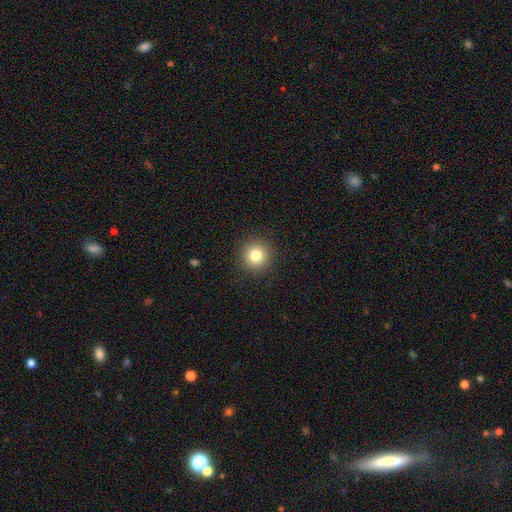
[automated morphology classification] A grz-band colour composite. It shows a smooth galaxy with no disk features (82%) that is round (94%). Merging: none (91%).